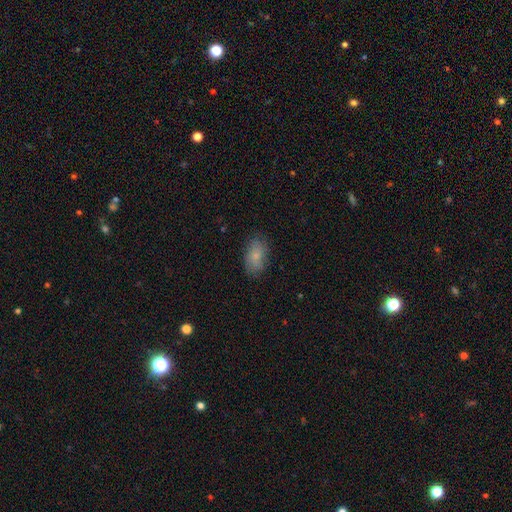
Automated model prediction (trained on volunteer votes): Smooth or featured?
  - smooth: 79% *
  - featured or disk: 14%
  - star or artifact: 8%
How rounded?
  - in between: 91% *
  - round: 7%
  - cigar-shaped: 2%
Merging?
  - none: 76% *
  - minor disturbance: 18%
  - major disturbance: 5%
  - merger: 1%